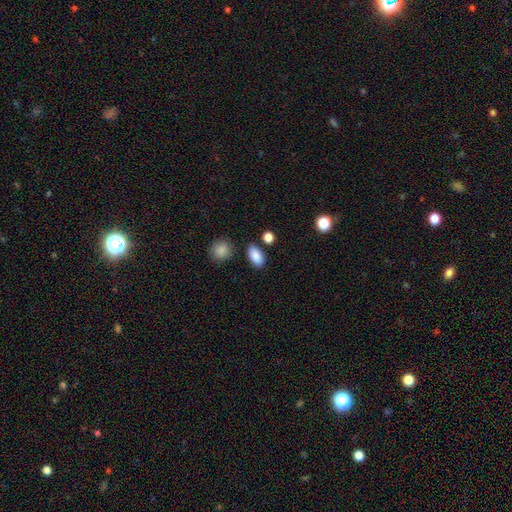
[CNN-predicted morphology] smooth-or-featured: smooth: 88% | star or artifact: 8% | featured or disk: 4%
  how-rounded: in between: 90% | round: 7% | cigar-shaped: 3%
  merging: none: 83% | minor disturbance: 10% | merger: 5% | major disturbance: 3%